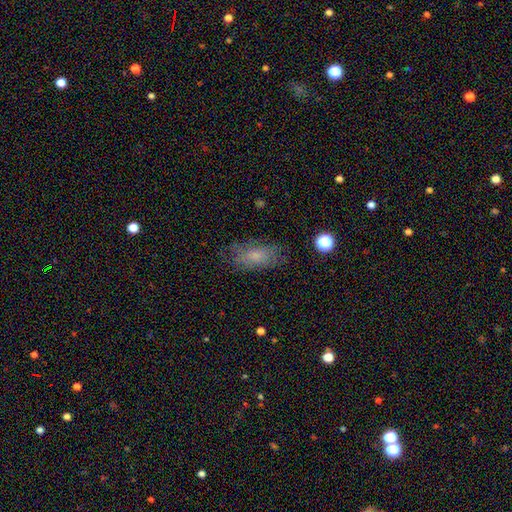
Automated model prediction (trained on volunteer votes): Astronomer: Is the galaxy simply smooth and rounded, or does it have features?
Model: smooth — 68%.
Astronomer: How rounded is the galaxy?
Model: in between — 87%.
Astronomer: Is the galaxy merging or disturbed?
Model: none — 72%.